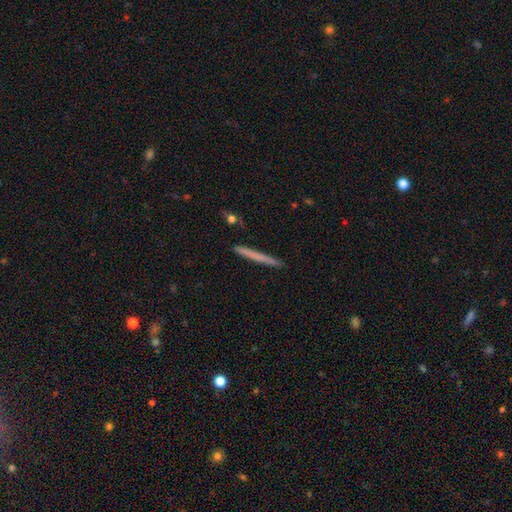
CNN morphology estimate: Smooth or featured: smooth — 58% (featured or disk — 36%)
How rounded: cigar-shaped — 97% (in between — 2%)
Merging: none — 92% (minor disturbance — 6%)